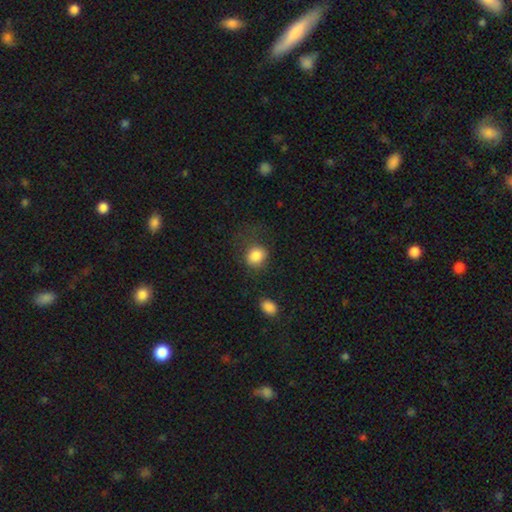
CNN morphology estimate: type=smooth (85%); roundness=round (64%); merging=none (61%).